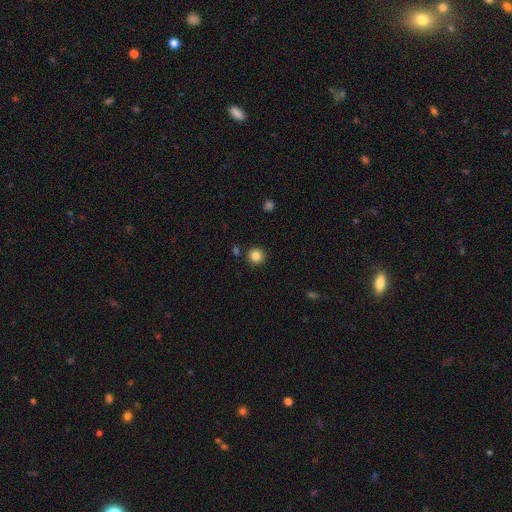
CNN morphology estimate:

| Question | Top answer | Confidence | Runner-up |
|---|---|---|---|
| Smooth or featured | smooth | 84% | star or artifact (11%) |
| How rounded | round | 95% | in between (4%) |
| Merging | none | 89% | minor disturbance (6%) |